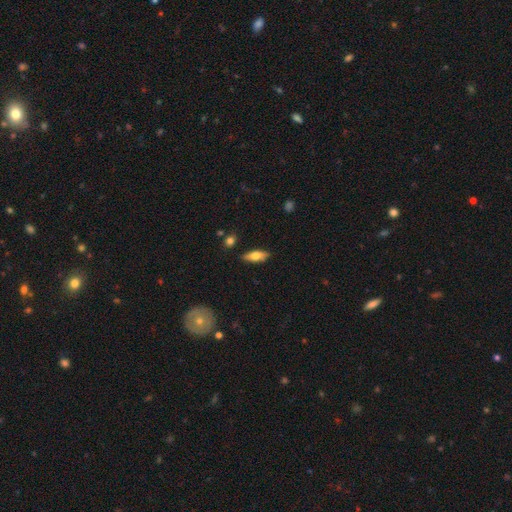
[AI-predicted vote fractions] Smooth or featured?
  - smooth: 66% *
  - featured or disk: 28%
  - star or artifact: 6%
How rounded?
  - in between: 71% *
  - cigar-shaped: 26%
  - round: 3%
Merging?
  - none: 85% *
  - minor disturbance: 11%
  - major disturbance: 2%
  - merger: 2%